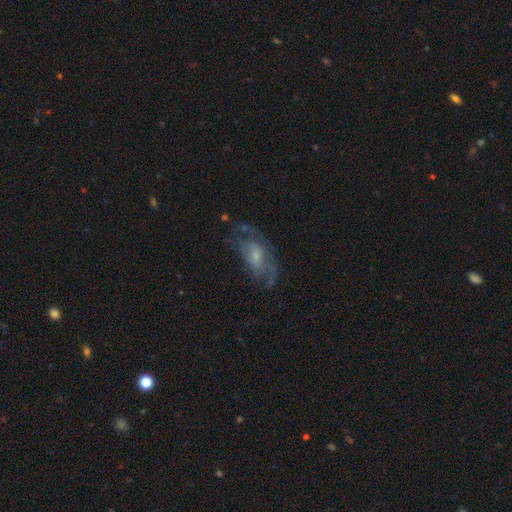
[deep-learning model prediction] Q: Smooth or featured?
A: featured or disk (65%); runner-up: smooth (26%)
Q: Edge-on disk?
A: no (92%); runner-up: yes (8%)
Q: Bar?
A: no (57%); runner-up: weak (36%)
Q: Spiral arms?
A: yes (67%); runner-up: no (33%)
Q: Bulge size?
A: small (50%); runner-up: moderate (34%)
Q: Merging?
A: none (52%); runner-up: minor disturbance (23%)